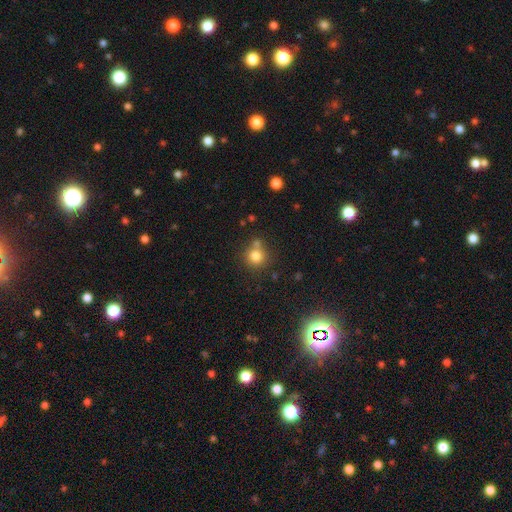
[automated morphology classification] A smooth galaxy with no disk features (80%) that is round (90%).

Vote fractions:
- Smooth or featured? smooth: 80% / star or artifact: 12% / featured or disk: 8%
- How rounded? round: 90% / in between: 9% / cigar-shaped: 1%
- Merging? none: 64% / merger: 21% / minor disturbance: 11% / major disturbance: 4%